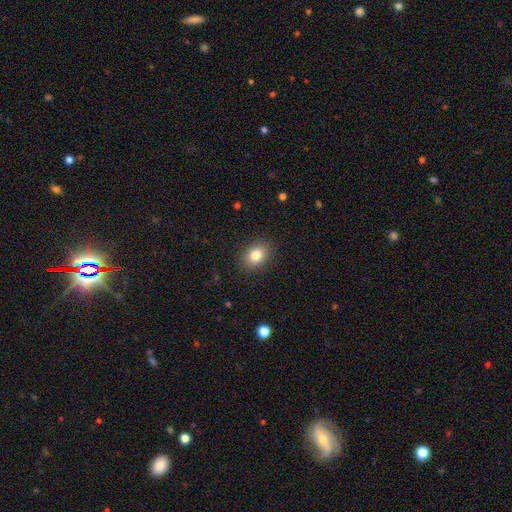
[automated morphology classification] A smooth galaxy with no disk features (83%) that is in between round and cigar-shaped (57%).

Vote fractions:
- Smooth or featured? smooth: 83% / star or artifact: 10% / featured or disk: 7%
- How rounded? in between: 57% / round: 42% / cigar-shaped: 1%
- Merging? none: 88% / minor disturbance: 8% / major disturbance: 3% / merger: 1%